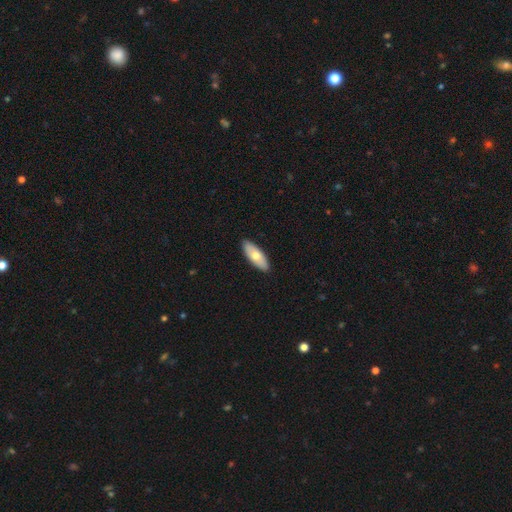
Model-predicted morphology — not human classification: Smooth or featured? Predicted: smooth (p=0.66). How rounded? Predicted: in between (p=0.79). Merging? Predicted: none (p=0.90).